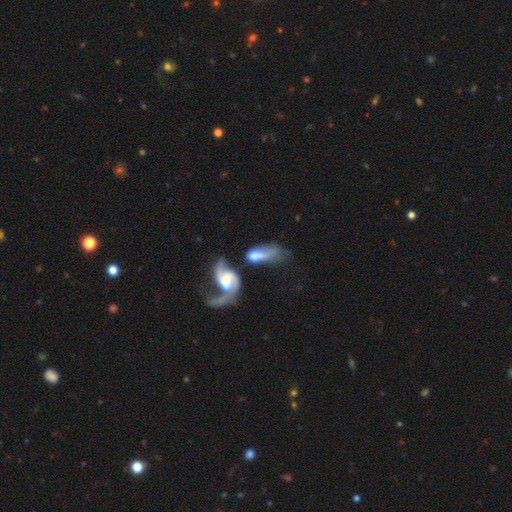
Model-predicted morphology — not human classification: This appears to be a featured or disk galaxy (53%). Merging: merger (52%).